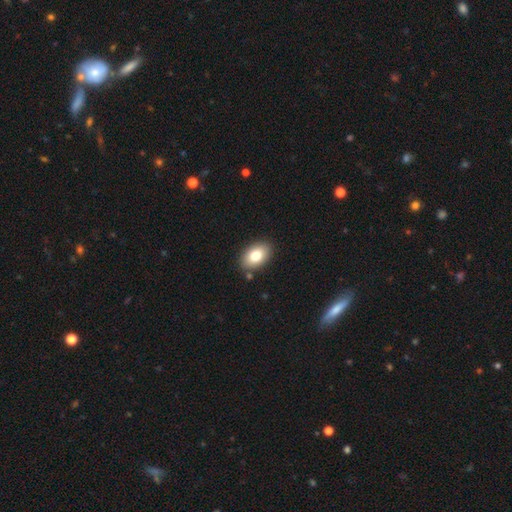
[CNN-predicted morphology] type=smooth (80%); roundness=in between (90%); merging=none (86%).